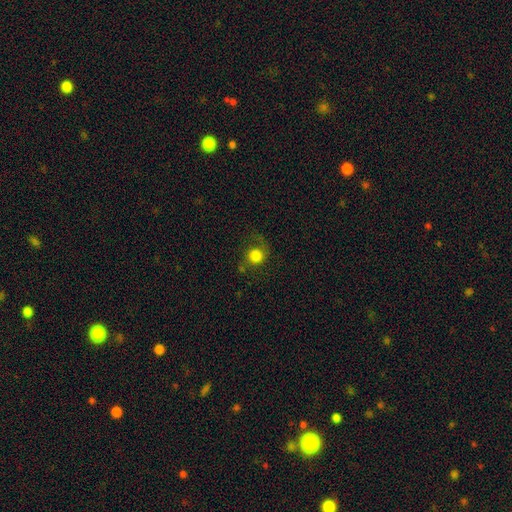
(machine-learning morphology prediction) This is likely a smooth galaxy (73%). How rounded: clearly round (88%). Merging: possibly none (57%).